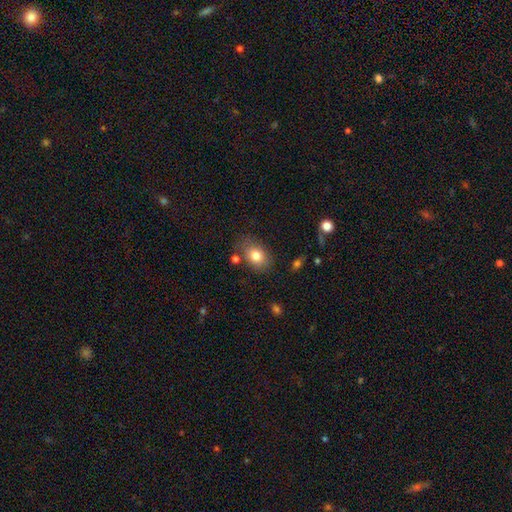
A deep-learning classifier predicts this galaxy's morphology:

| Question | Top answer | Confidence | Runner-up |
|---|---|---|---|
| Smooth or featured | smooth | 80% | featured or disk (11%) |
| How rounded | in between | 77% | round (22%) |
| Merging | none | 71% | minor disturbance (18%) |